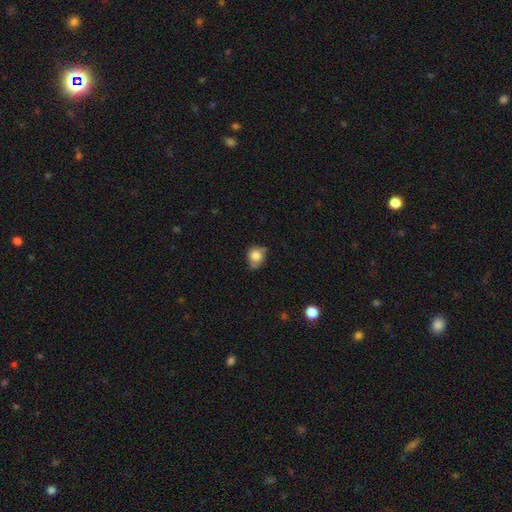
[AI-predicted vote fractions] Q: Smooth or featured?
A: smooth (78%); runner-up: featured or disk (12%)
Q: How rounded?
A: round (74%); runner-up: in between (25%)
Q: Merging?
A: none (59%); runner-up: minor disturbance (30%)